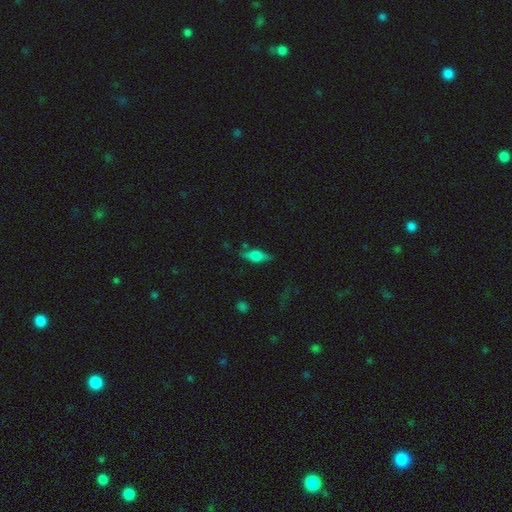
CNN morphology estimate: smooth 50%, featured or disk 42%, star or artifact 8%. Down the decision tree: merging — none (74%).